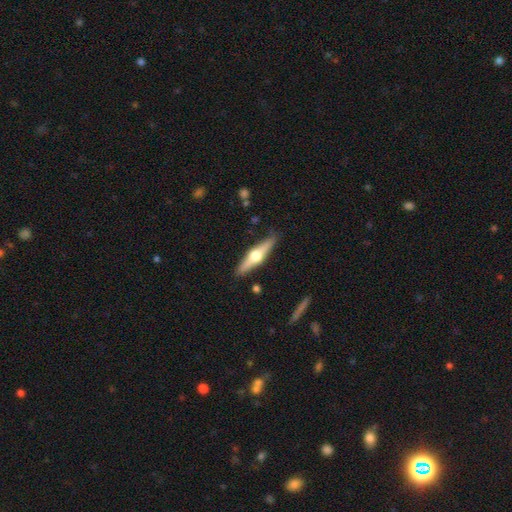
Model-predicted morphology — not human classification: Smooth or featured: featured or disk — 66% (smooth — 28%)
Edge-on disk: yes — 96% (no — 4%)
Edge-on bulge: rounded — 96% (boxy — 3%)
Merging: none — 88% (minor disturbance — 9%)